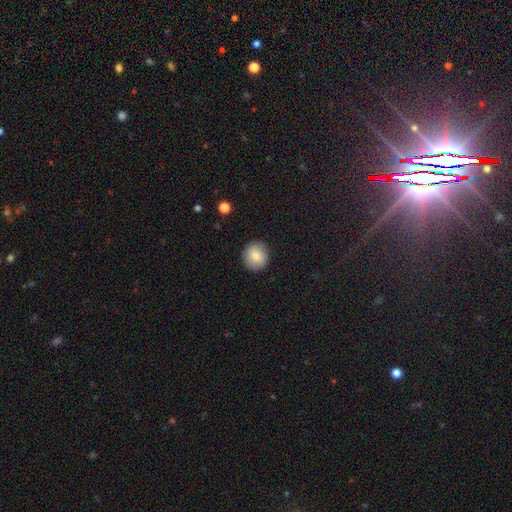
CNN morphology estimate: smooth-or-featured: smooth: 80% | featured or disk: 12% | star or artifact: 8%
  how-rounded: round: 90% | in between: 9% | cigar-shaped: 1%
  merging: none: 88% | minor disturbance: 9% | major disturbance: 2% | merger: 1%